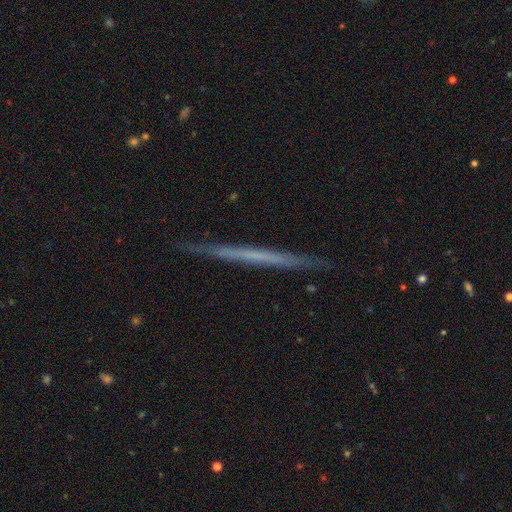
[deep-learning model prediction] A featured or disk galaxy (58%) viewed edge-on (97%) with no central bulge (93%). Merging: none (90%).